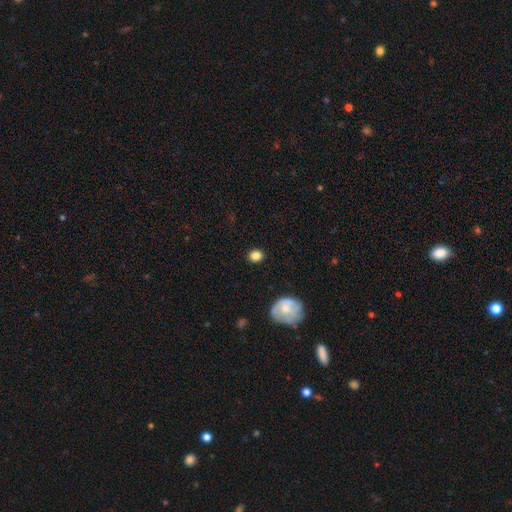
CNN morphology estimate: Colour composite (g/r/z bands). It shows a smooth galaxy with no disk features (84%) that is round (77%). Merging: none (88%).